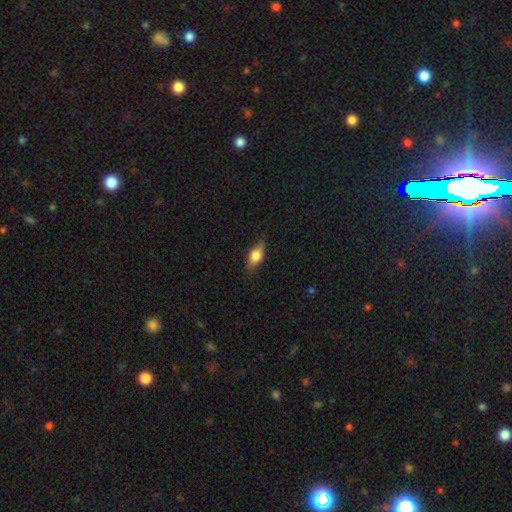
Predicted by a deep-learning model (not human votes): Smooth or featured? smooth (74%)
How rounded? in between (80%)
Merging? none (79%)